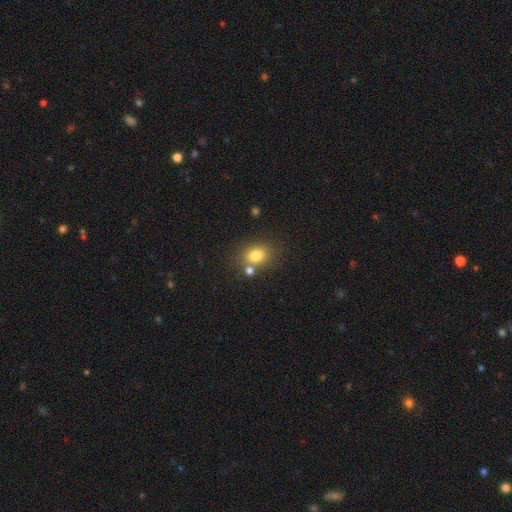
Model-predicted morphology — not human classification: This is likely a smooth galaxy (79%). How rounded: possibly in between (56%). Merging: likely none (67%).